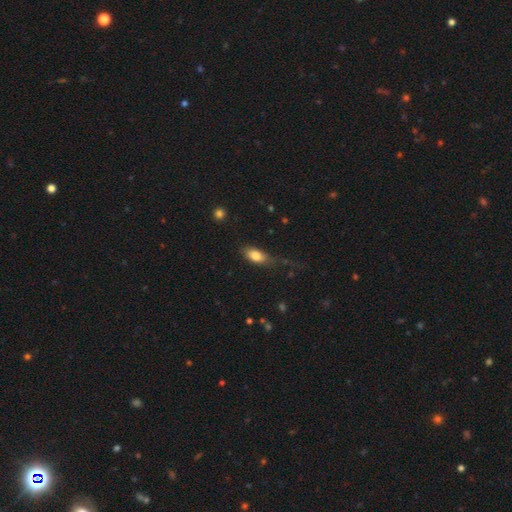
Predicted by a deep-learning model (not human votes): smooth-or-featured: smooth: 80% | featured or disk: 13% | star or artifact: 7%
  how-rounded: in between: 87% | cigar-shaped: 9% | round: 5%
  merging: none: 53% | minor disturbance: 28% | major disturbance: 17% | merger: 3%